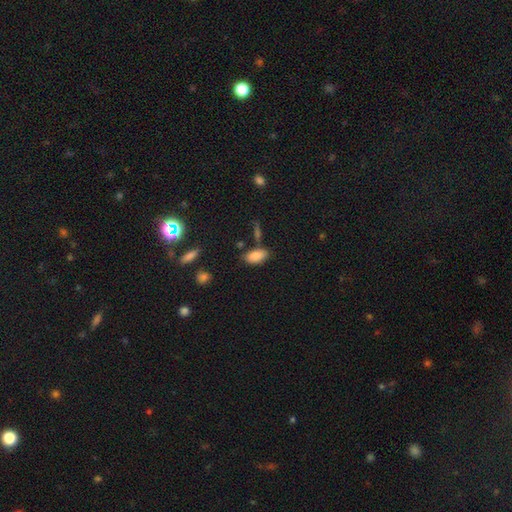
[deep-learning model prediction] Overall: smooth (85%). How rounded: in between (92%). Merging: none (72%).